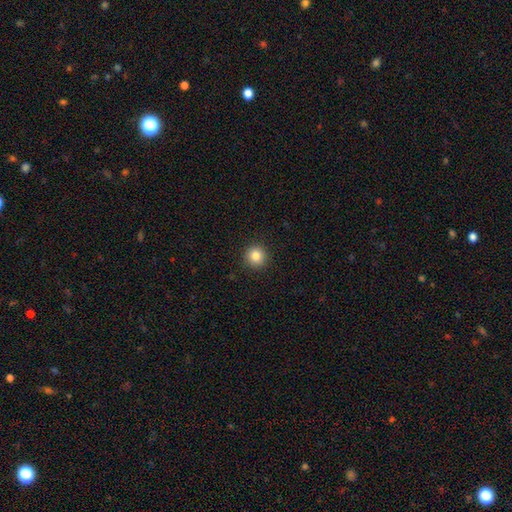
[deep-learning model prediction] Smooth or featured? smooth (84%)
How rounded? round (95%)
Merging? none (93%)